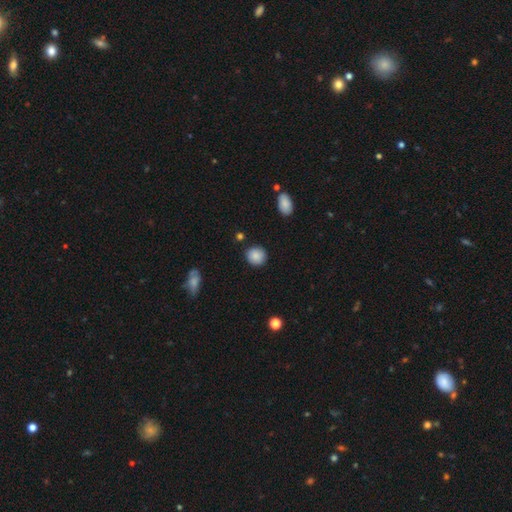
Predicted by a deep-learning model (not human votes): This appears to be a smooth galaxy with no disk features (87%) that is round (84%). Merging: none (87%).